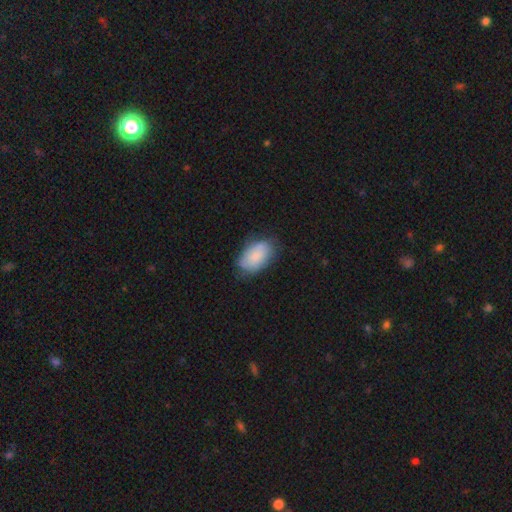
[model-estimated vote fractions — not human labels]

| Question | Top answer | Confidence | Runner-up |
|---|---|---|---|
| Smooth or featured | smooth | 78% | featured or disk (15%) |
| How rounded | in between | 93% | round (6%) |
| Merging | none | 65% | minor disturbance (26%) |